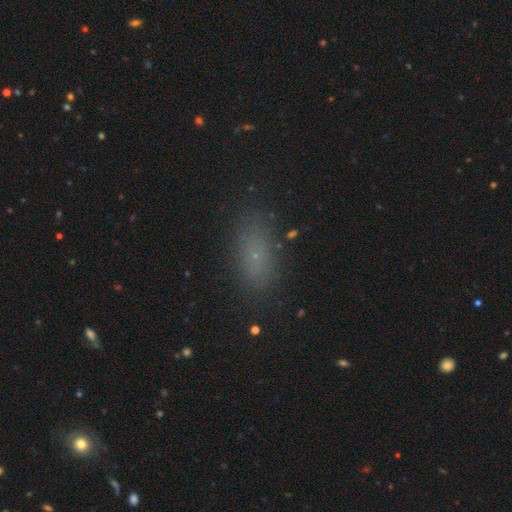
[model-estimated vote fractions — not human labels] Smooth or featured: smooth — 70% (star or artifact — 19%)
How rounded: in between — 82% (cigar-shaped — 10%)
Merging: none — 84% (minor disturbance — 11%)